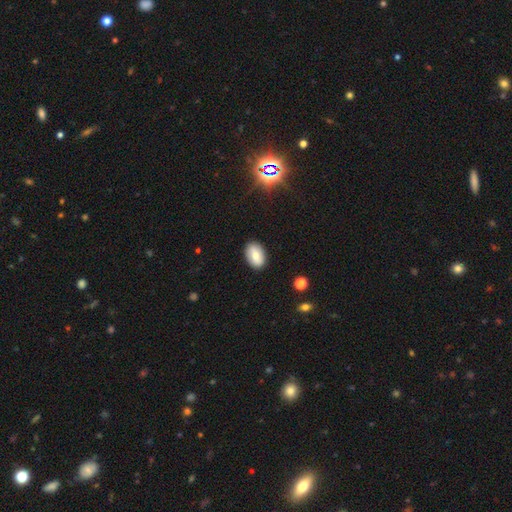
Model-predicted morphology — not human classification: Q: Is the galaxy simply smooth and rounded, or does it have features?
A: smooth — 68%.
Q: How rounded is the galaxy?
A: in between — 88%.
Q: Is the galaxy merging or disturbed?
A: none — 87%.